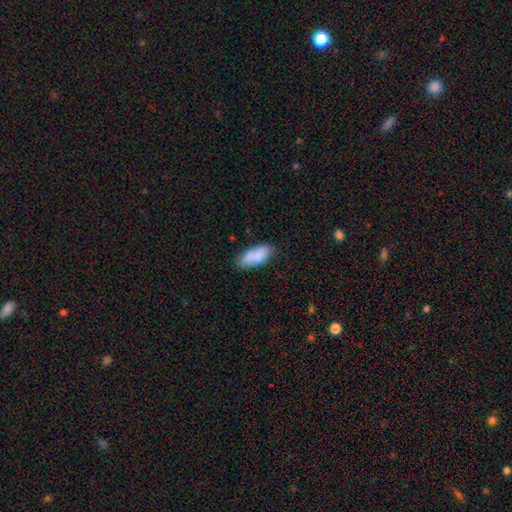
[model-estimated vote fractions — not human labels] smooth 83%, featured or disk 10%, star or artifact 7%. Down the decision tree: how rounded — in between (84%); merging — none (70%).